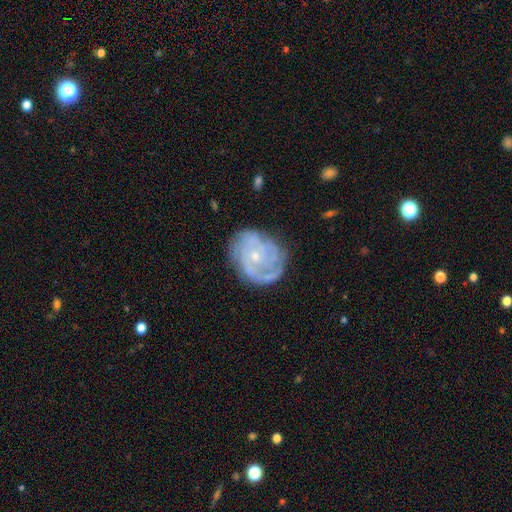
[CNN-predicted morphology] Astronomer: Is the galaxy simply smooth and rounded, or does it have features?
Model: featured or disk — 82%.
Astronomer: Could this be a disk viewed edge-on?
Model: no — 98%.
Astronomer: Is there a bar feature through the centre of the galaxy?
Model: no — 77%.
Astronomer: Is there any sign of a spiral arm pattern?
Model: yes — 92%.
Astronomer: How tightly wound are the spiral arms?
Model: tight — 63%.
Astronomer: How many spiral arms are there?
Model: can't tell — 33% (runner-up: 3, 23%).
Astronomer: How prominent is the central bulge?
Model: small — 75%.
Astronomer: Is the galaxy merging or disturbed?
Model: none — 70%.